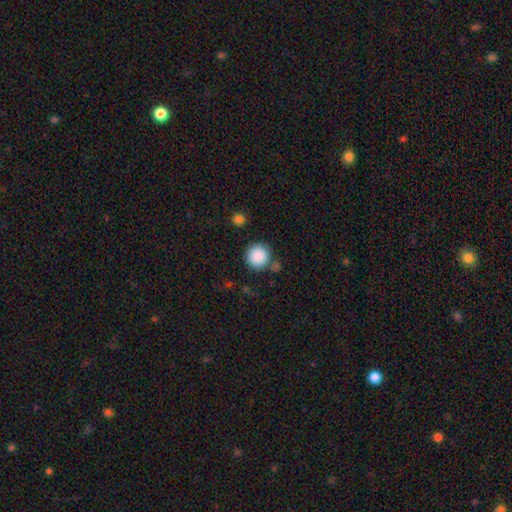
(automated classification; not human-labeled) smooth 88%, star or artifact 8%, featured or disk 3%. Down the decision tree: how rounded — round (94%); merging — none (80%).